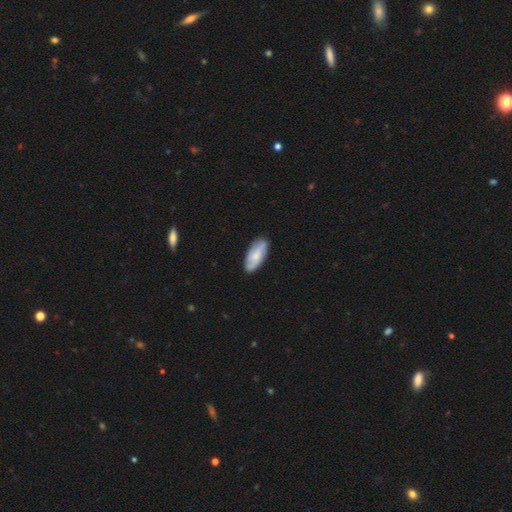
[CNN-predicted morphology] A smooth galaxy with no disk features (62%) that is in between round and cigar-shaped (81%). Merging: none (83%).